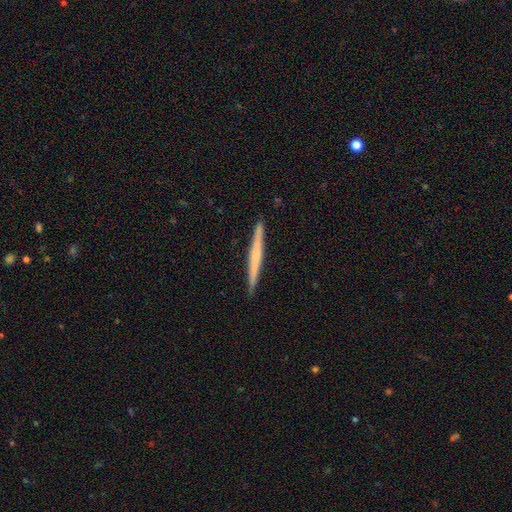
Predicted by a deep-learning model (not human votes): Overall: featured or disk (53%; smooth 41%). Edge-on disk: yes (98%). Edge-on bulge: none (65%; rounded 25%). Merging: none (92%).